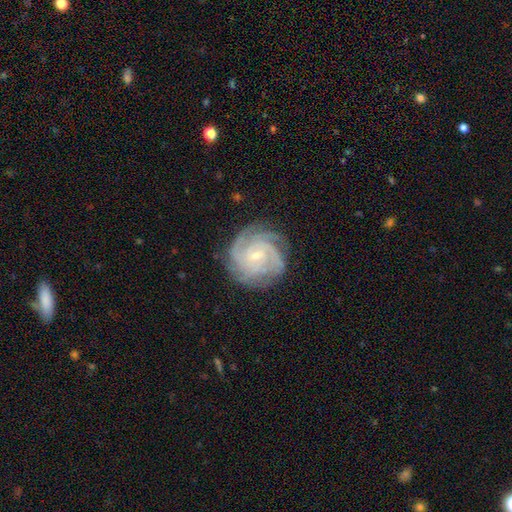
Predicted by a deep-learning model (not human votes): This is clearly a featured or disk galaxy (88%). It is clearly not viewed edge-on (98%). Bar: possibly no (57%). Spiral arm pattern: clearly yes (98%). Spiral arm count: marginally 4 (29%). Spiral winding: likely tight (77%). Central bulge: likely small (75%). Merging: clearly none (81%).